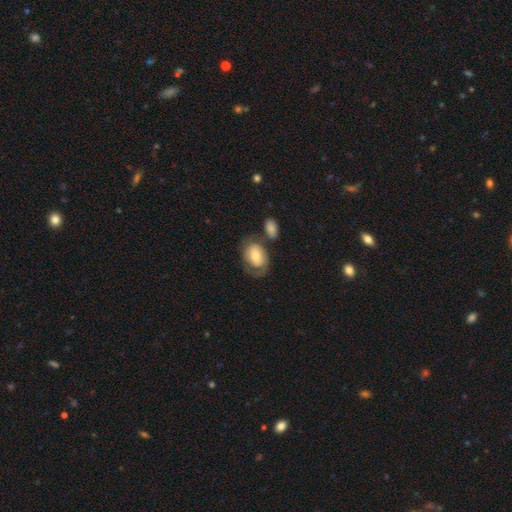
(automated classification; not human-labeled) The model was most divided on "smooth or featured": smooth: 56%, featured or disk: 38%, star or artifact: 6%. Remaining: how rounded — in between (82%); merging — none (48%).